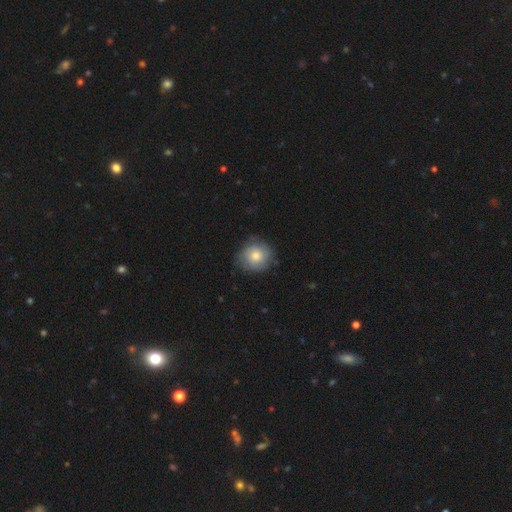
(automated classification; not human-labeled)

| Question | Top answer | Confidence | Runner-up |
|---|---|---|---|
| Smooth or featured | smooth | 71% | featured or disk (22%) |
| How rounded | round | 86% | in between (13%) |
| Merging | none | 75% | minor disturbance (19%) |